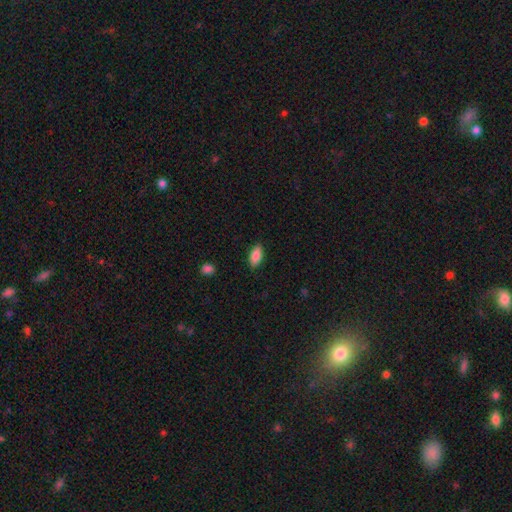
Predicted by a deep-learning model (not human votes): smooth-or-featured: smooth: 86% | star or artifact: 7% | featured or disk: 7%
  how-rounded: in between: 88% | cigar-shaped: 9% | round: 3%
  merging: none: 86% | minor disturbance: 10% | major disturbance: 2% | merger: 1%